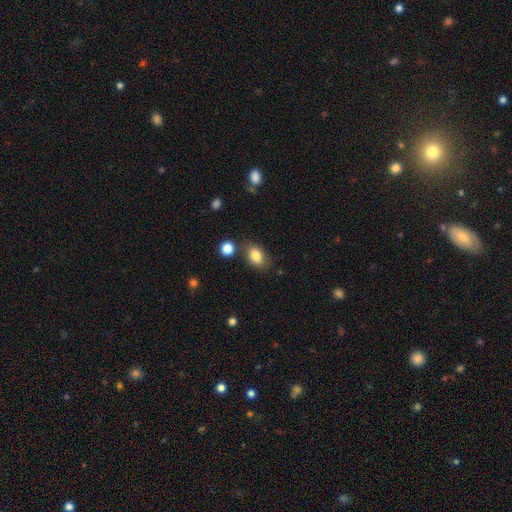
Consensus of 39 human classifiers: Volunteers were most divided on "smooth or featured": smooth: 79%, featured or disk: 13%, star or artifact: 8%. More confident: how rounded — in between (87%); merging — none (86%).